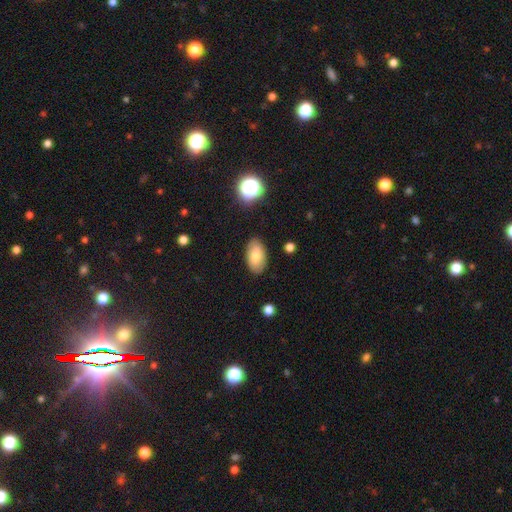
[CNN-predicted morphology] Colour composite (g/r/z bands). It shows a smooth galaxy with no disk features (78%) that is in between round and cigar-shaped (94%). Merging: none (87%).